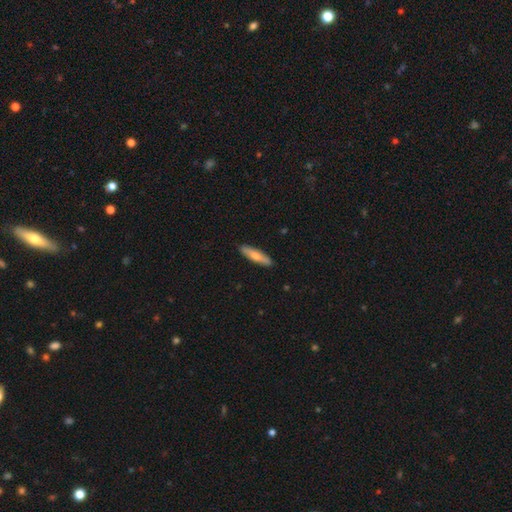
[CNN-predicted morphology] smooth-or-featured: smooth: 68% | featured or disk: 27% | star or artifact: 5%
  how-rounded: cigar-shaped: 73% | in between: 25% | round: 2%
  merging: none: 90% | minor disturbance: 8% | major disturbance: 1% | merger: 1%